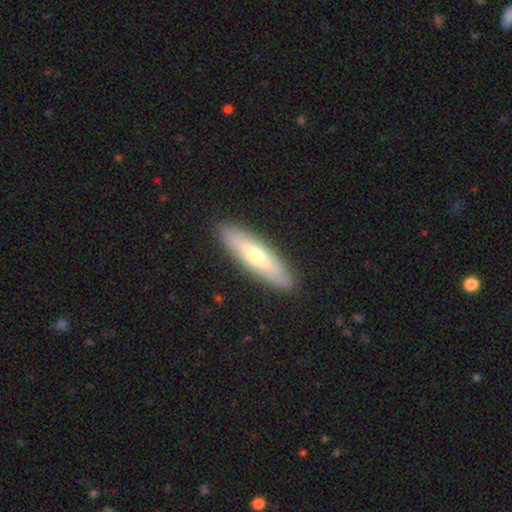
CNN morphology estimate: A smooth galaxy with no disk features (53%) that is cigar-shaped (70%). Merging: none (90%).